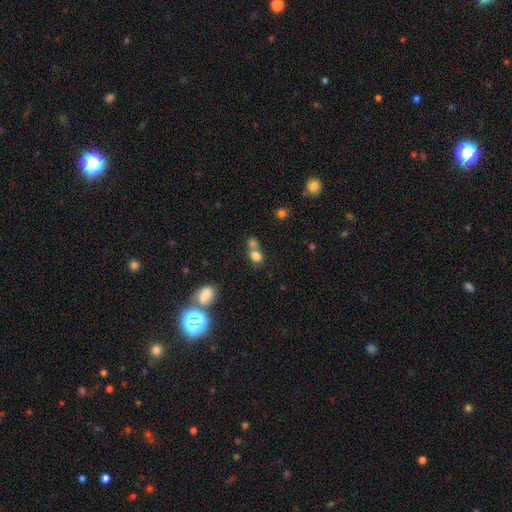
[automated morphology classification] The model was most divided on "how rounded": round: 52%, in between: 46%, cigar-shaped: 2%. More confident: smooth or featured — smooth (77%); merging — merger (53%).